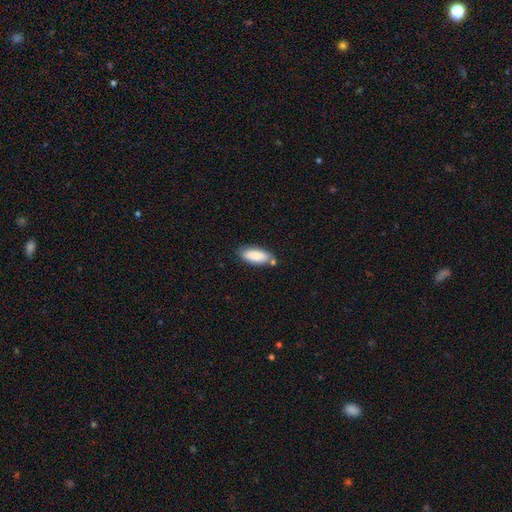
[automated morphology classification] A smooth galaxy with no disk features (83%) that is in between round and cigar-shaped (80%).

Vote fractions:
- Smooth or featured? smooth: 83% / featured or disk: 11% / star or artifact: 6%
- How rounded? in between: 80% / cigar-shaped: 18% / round: 2%
- Merging? none: 71% / minor disturbance: 17% / merger: 9% / major disturbance: 3%